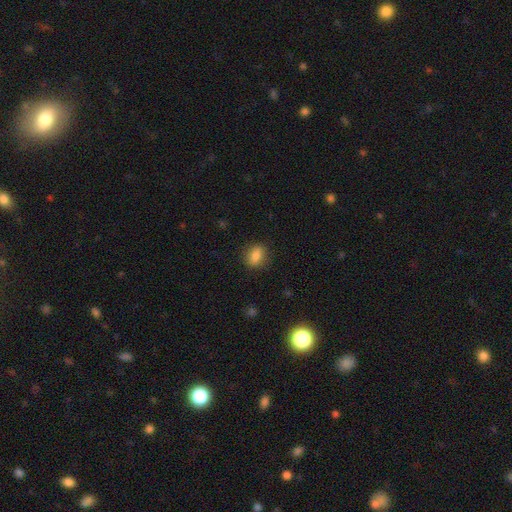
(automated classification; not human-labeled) The model was most divided on "how rounded": in between: 61%, round: 37%, cigar-shaped: 2%. More confident: merging — none (84%); smooth or featured — smooth (83%).